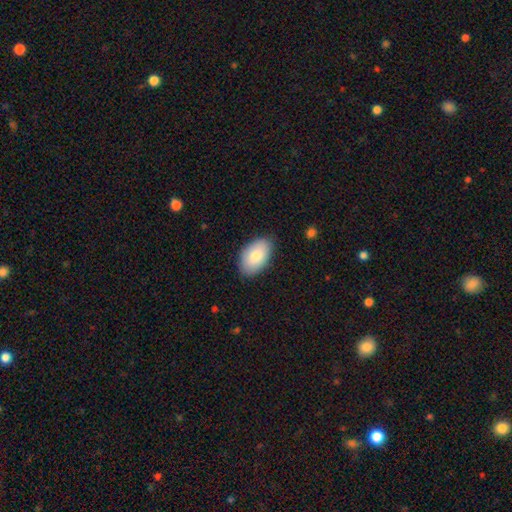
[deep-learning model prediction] smooth 82%, featured or disk 12%, star or artifact 6%. Down the decision tree: how rounded — in between (94%); merging — none (84%).